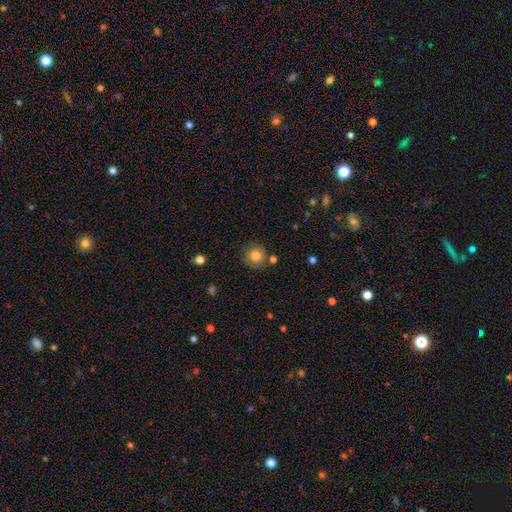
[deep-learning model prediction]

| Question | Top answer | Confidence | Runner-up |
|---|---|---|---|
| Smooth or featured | smooth | 83% | star or artifact (10%) |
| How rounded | round | 92% | in between (7%) |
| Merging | none | 80% | minor disturbance (11%) |